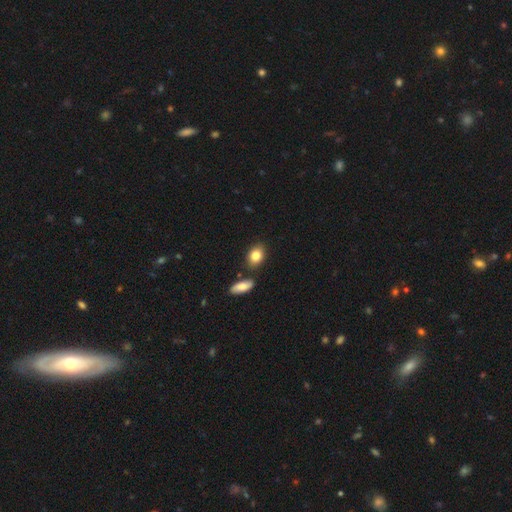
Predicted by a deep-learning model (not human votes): Smooth or featured? Predicted: smooth (p=0.83). How rounded? Predicted: in between (p=0.76). Merging? Predicted: none (p=0.76).